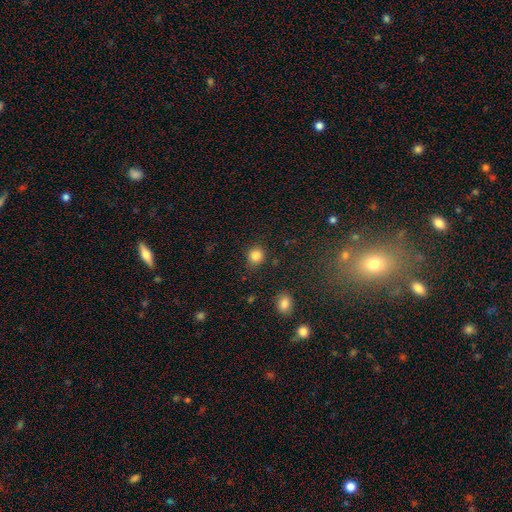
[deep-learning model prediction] smooth-or-featured: smooth: 84% | star or artifact: 11% | featured or disk: 5%
  how-rounded: round: 80% | in between: 19% | cigar-shaped: 1%
  merging: none: 82% | minor disturbance: 12% | major disturbance: 3% | merger: 2%